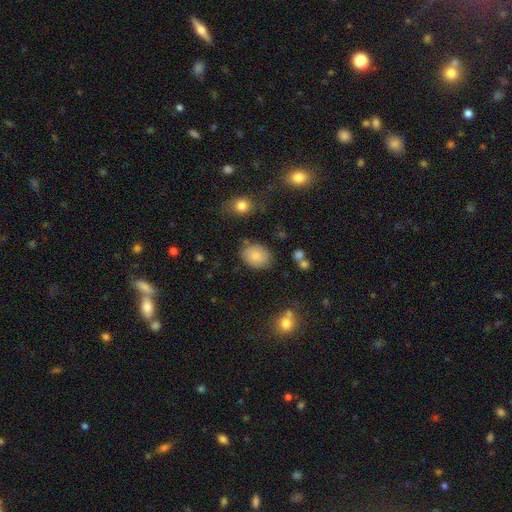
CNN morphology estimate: The model was most divided on "how rounded": in between: 64%, round: 35%, cigar-shaped: 1%. More confident: smooth or featured — smooth (81%); merging — none (78%).